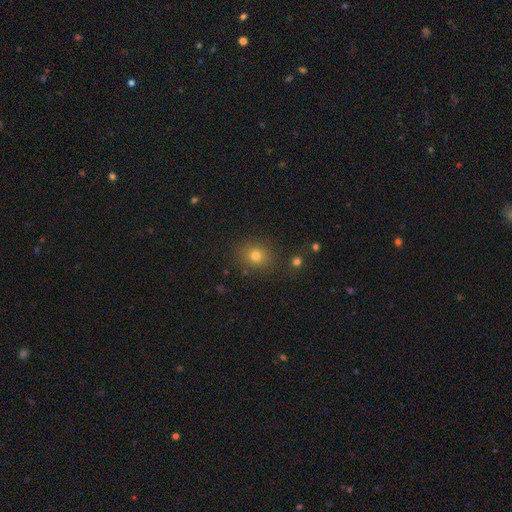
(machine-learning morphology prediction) smooth_or_featured: smooth (p=0.75) [alt: star or artifact p=0.16]
how_rounded: round (p=0.72) [alt: in between p=0.27]
merging: none (p=0.84) [alt: minor disturbance p=0.09]